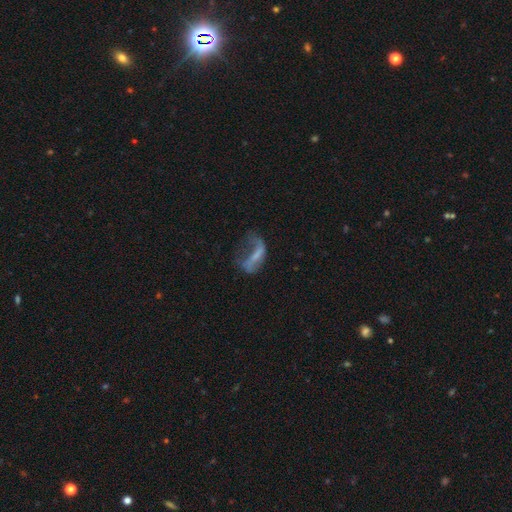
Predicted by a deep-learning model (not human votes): Smooth or featured? Predicted: featured or disk (p=0.54). Edge-on disk? Predicted: no (p=0.92). Merging? Predicted: major disturbance (p=0.50).